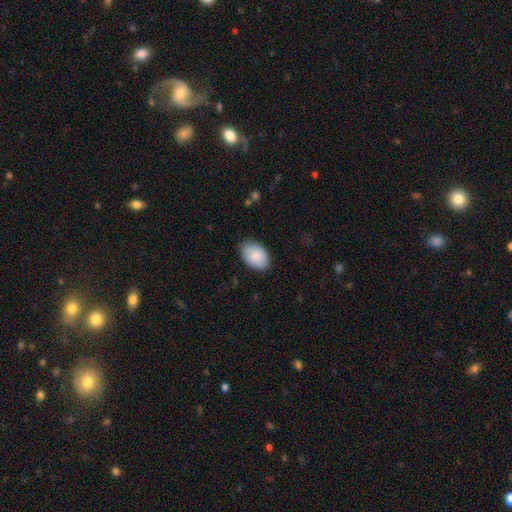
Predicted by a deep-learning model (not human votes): Smooth or featured? Predicted: smooth (p=0.85). How rounded? Predicted: in between (p=0.91). Merging? Predicted: none (p=0.82).